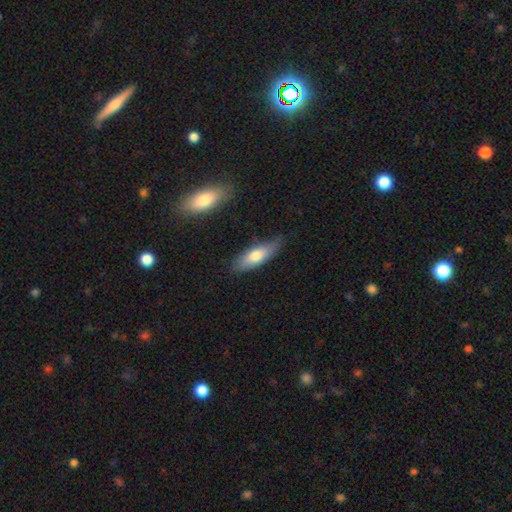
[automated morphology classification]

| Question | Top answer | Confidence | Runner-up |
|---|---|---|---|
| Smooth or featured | smooth | 70% | featured or disk (24%) |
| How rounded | in between | 61% | cigar-shaped (37%) |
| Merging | none | 77% | minor disturbance (18%) |